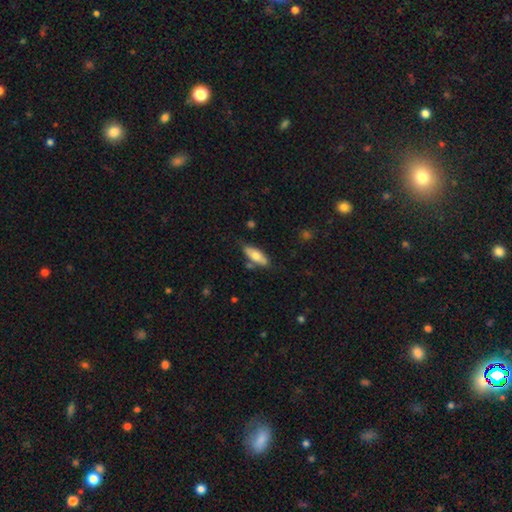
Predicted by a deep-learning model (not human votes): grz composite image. It shows a smooth galaxy with no disk features (70%) that is in between round and cigar-shaped (66%). Merging: none (74%).